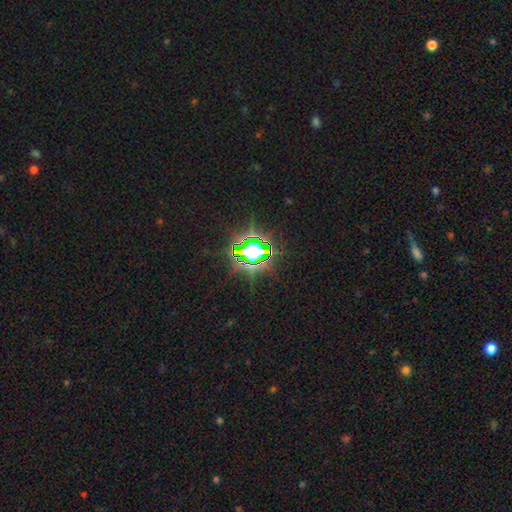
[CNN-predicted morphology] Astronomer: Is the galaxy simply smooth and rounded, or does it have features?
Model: star or artifact — 81%.